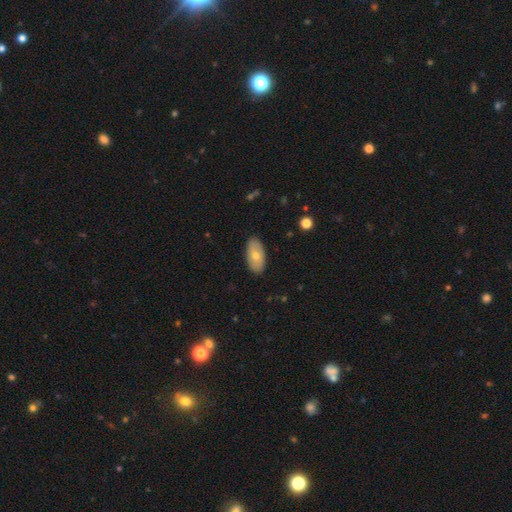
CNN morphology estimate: Overall: smooth (66%; featured or disk 28%). How rounded: in between (94%). Merging: none (87%).